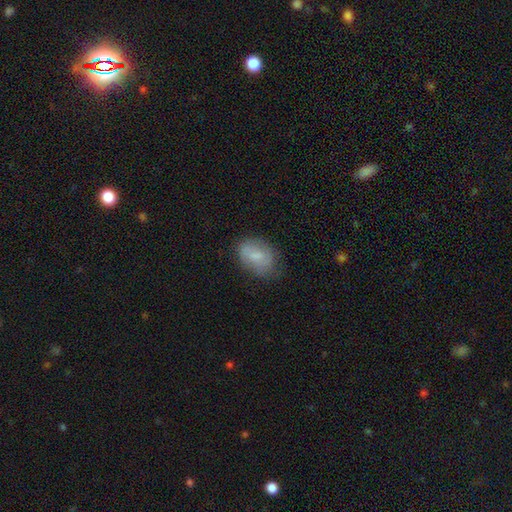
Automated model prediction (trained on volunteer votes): This is likely a smooth galaxy (69%). How rounded: clearly in between (80%). Merging: likely none (63%).